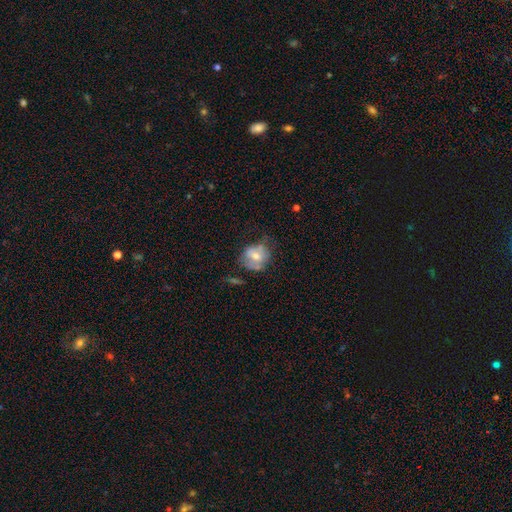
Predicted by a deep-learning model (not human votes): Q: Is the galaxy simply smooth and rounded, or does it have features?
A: smooth — 55%.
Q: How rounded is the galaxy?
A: round — 60%.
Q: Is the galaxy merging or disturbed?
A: none — 42%.